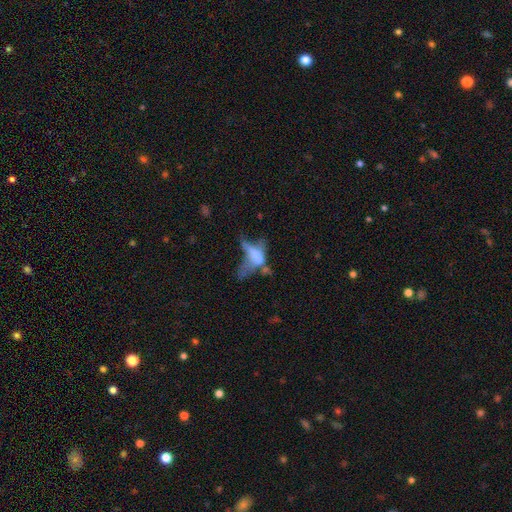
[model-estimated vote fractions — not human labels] This appears to be a smooth galaxy with no disk features (43%, tied with featured or disk). Merging: major disturbance (43%).